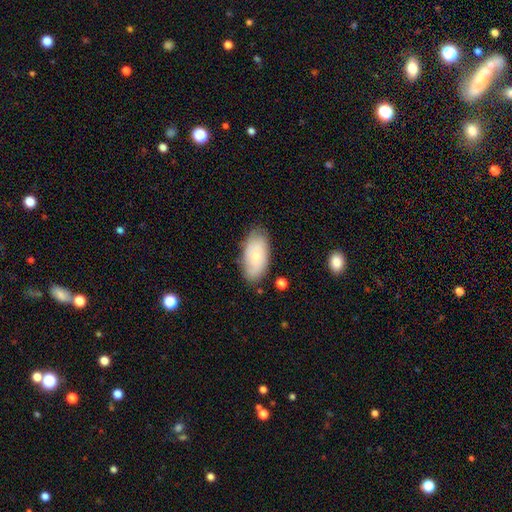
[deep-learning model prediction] Smooth or featured: smooth — 63% (featured or disk — 30%)
How rounded: in between — 94% (cigar-shaped — 3%)
Merging: none — 77% (minor disturbance — 18%)